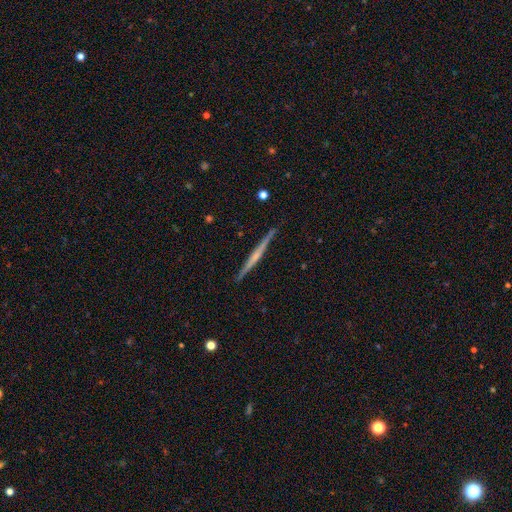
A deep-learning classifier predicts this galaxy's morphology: This is likely a featured or disk galaxy (68%). It is clearly viewed edge-on (98%). Edge-on bulge: possibly none (56%). Merging: clearly none (92%).